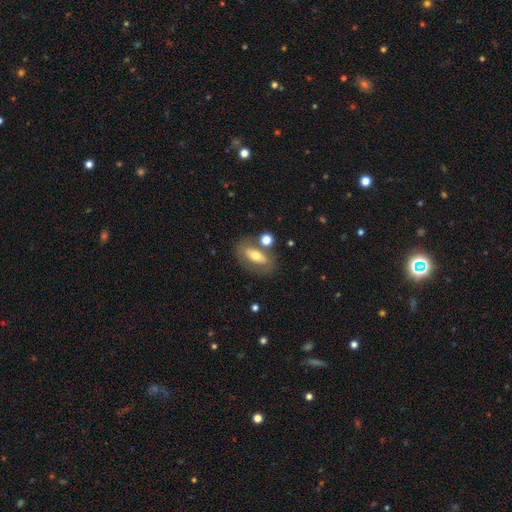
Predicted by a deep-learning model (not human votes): This appears to be a smooth galaxy with no disk features (50%). Merging: none (67%).